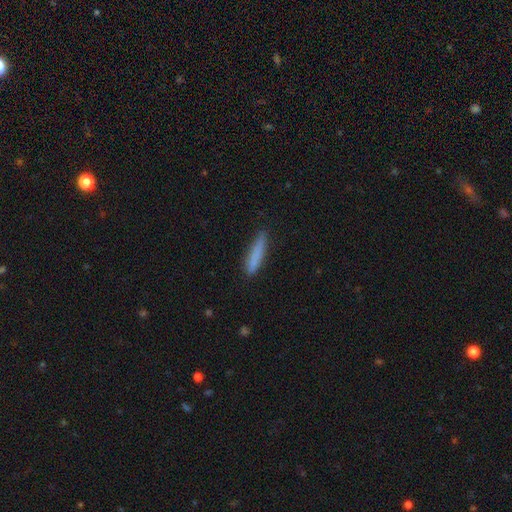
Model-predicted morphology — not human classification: Q: Smooth or featured?
A: smooth (82%); runner-up: featured or disk (11%)
Q: How rounded?
A: cigar-shaped (90%); runner-up: in between (9%)
Q: Merging?
A: none (84%); runner-up: minor disturbance (12%)